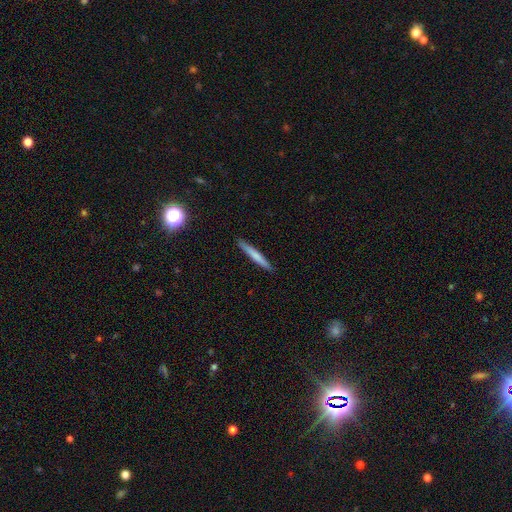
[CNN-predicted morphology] smooth_or_featured: smooth (p=0.70) [alt: featured or disk p=0.24]
how_rounded: cigar-shaped (p=0.96) [alt: in between p=0.03]
merging: none (p=0.91) [alt: minor disturbance p=0.07]